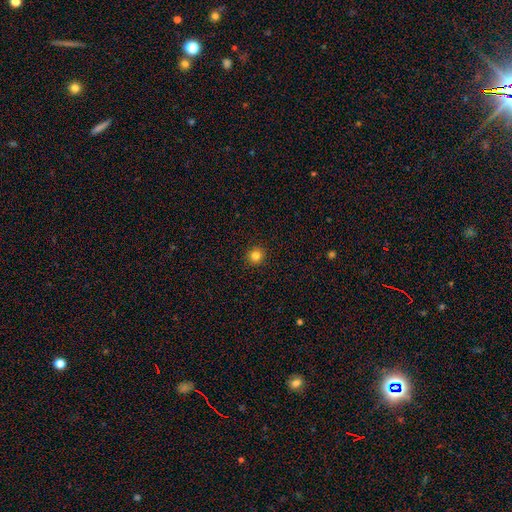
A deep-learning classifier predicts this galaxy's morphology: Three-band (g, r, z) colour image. It shows a smooth galaxy with no disk features (83%) that is round (93%). Merging: none (93%).